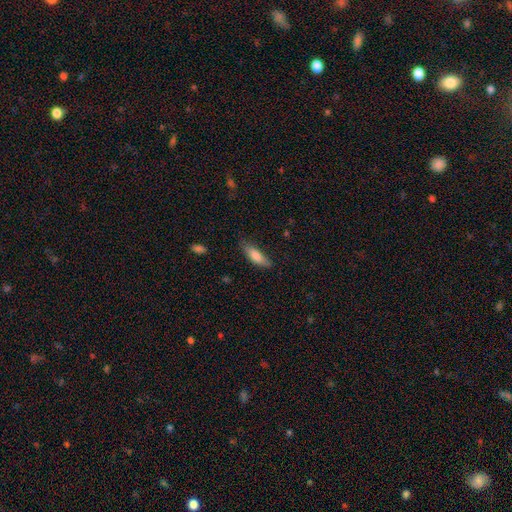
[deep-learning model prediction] Smooth or featured? smooth (79%)
How rounded? in between (50%)
Merging? none (75%)